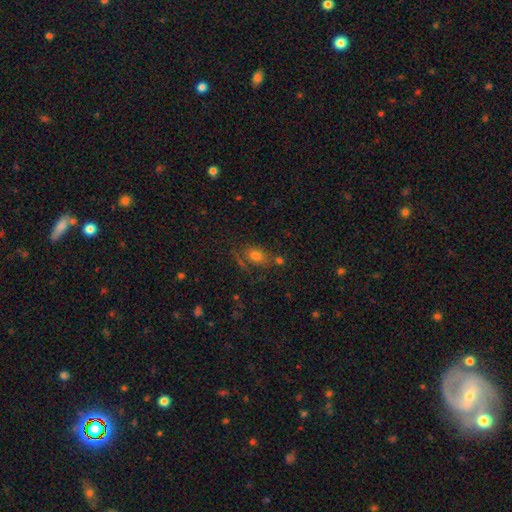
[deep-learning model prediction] Smooth or featured: smooth — 68% (star or artifact — 17%)
How rounded: in between — 72% (round — 25%)
Merging: none — 57% (minor disturbance — 18%)